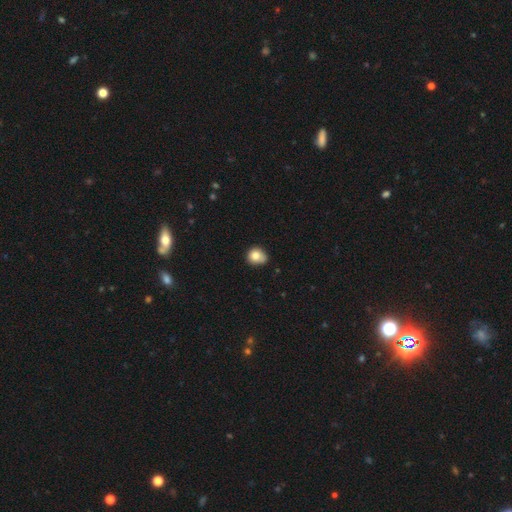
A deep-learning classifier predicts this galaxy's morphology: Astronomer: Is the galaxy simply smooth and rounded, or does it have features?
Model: smooth — 80%.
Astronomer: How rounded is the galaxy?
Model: round — 74%.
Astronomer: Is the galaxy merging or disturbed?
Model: none — 57% (runner-up: minor disturbance, 33%).